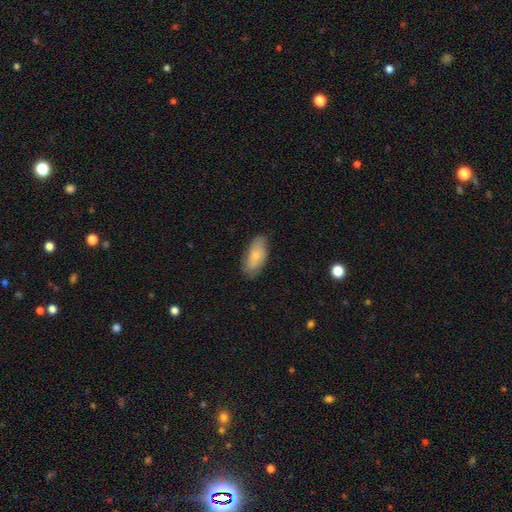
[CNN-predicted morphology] smooth 73%, featured or disk 21%, star or artifact 6%. Down the decision tree: how rounded — in between (89%); merging — none (76%).